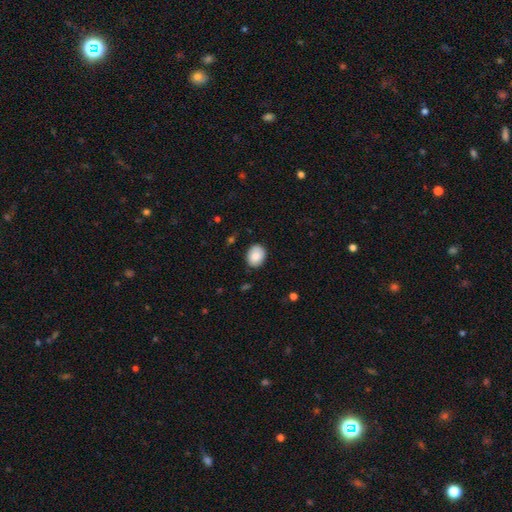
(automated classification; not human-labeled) A smooth galaxy with no disk features (85%) that is in between round and cigar-shaped (52%).

Vote fractions:
- Smooth or featured? smooth: 85% / star or artifact: 7% / featured or disk: 7%
- How rounded? in between: 52% / round: 48% / cigar-shaped: 1%
- Merging? none: 83% / minor disturbance: 13% / major disturbance: 2% / merger: 1%